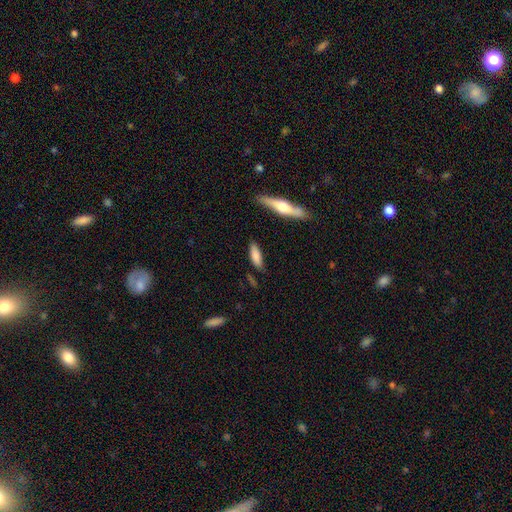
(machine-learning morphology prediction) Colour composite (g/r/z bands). It shows a smooth galaxy with no disk features (77%) that is cigar-shaped (50%). Merging: none (76%).